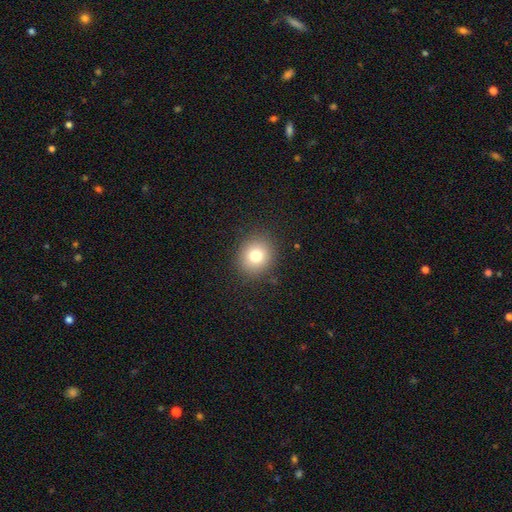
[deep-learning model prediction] Smooth or featured?
  - smooth: 78% *
  - star or artifact: 12%
  - featured or disk: 10%
How rounded?
  - round: 78% *
  - in between: 21%
  - cigar-shaped: 1%
Merging?
  - none: 89% *
  - minor disturbance: 8%
  - major disturbance: 3%
  - merger: 1%